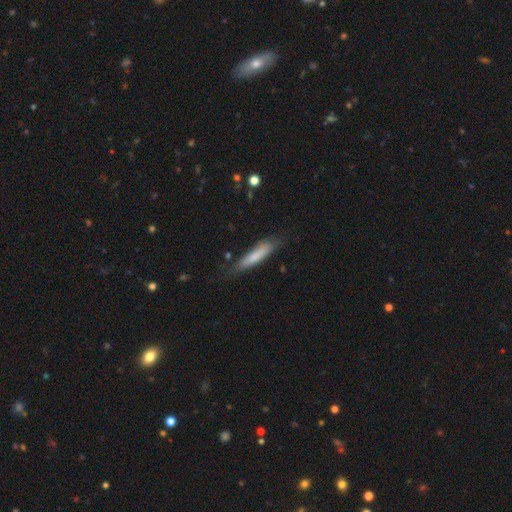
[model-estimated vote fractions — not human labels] Smooth or featured? smooth (75%)
How rounded? cigar-shaped (85%)
Merging? none (74%)